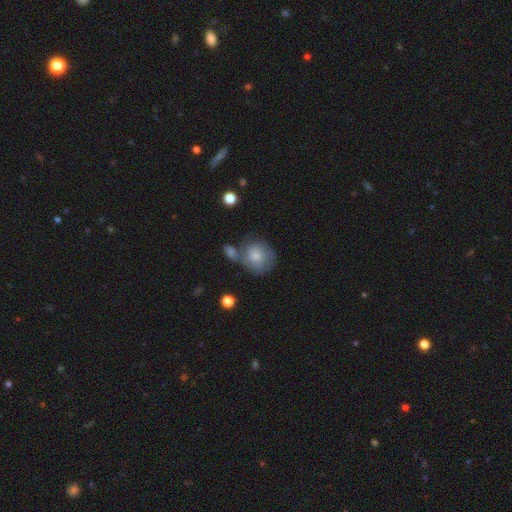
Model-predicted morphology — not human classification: This is likely a smooth galaxy (70%). How rounded: clearly round (81%). Merging: possibly none (46%).